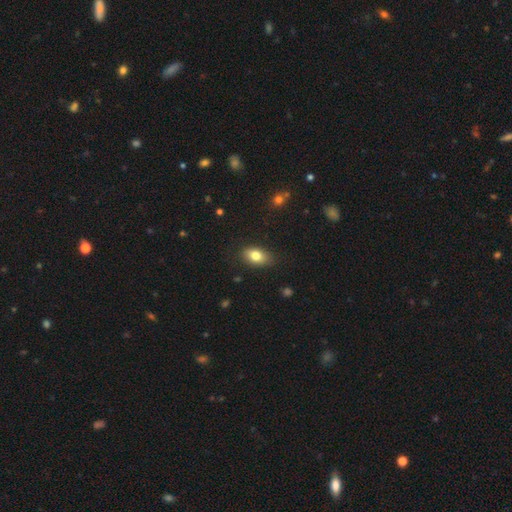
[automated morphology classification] This appears to be a smooth galaxy with no disk features (80%) that is in between round and cigar-shaped (87%). Merging: none (83%).